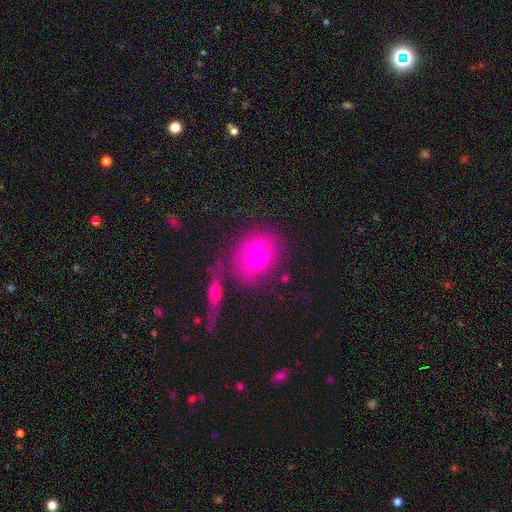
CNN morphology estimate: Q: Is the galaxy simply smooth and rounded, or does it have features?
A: smooth — 65%.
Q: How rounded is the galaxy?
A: round — 50%.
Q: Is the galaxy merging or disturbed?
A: none — 58%.